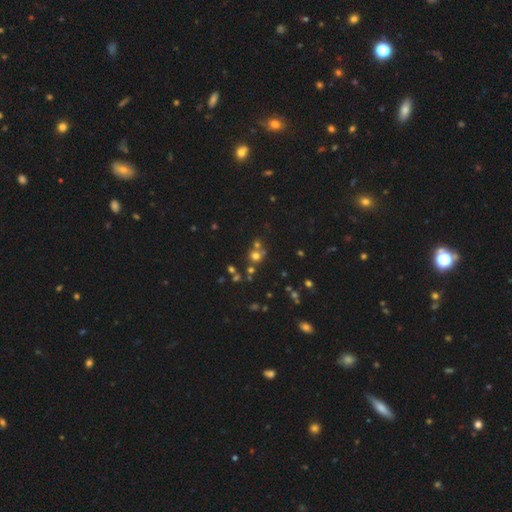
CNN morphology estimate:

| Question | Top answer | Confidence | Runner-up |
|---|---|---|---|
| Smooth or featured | smooth | 58% | star or artifact (29%) |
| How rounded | round | 88% | in between (10%) |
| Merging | none | 61% | merger (27%) |